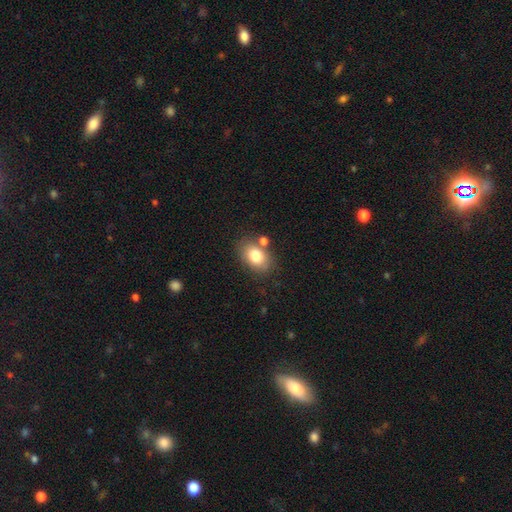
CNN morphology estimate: type=smooth (79%); roundness=in between (79%); merging=none (70%).